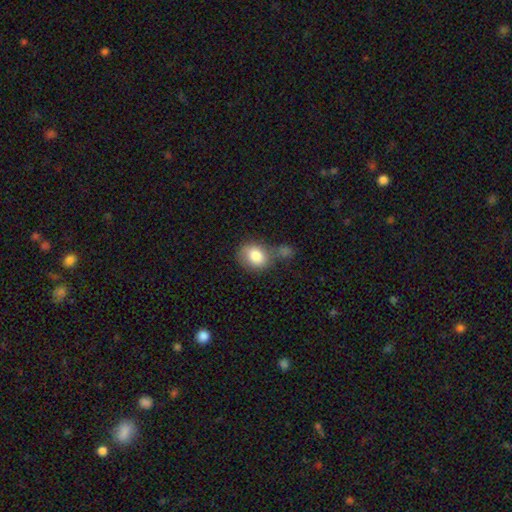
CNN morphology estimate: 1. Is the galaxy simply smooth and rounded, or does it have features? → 82% smooth, 10% featured or disk, 7% star or artifact.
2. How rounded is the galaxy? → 53% in between, 46% round, 1% cigar-shaped.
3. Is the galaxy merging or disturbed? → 48% none, 24% merger, 19% minor disturbance, 9% major disturbance.